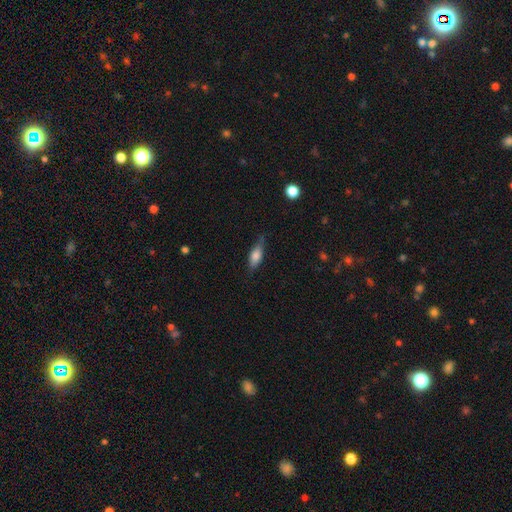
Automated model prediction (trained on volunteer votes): smooth_or_featured: smooth (p=0.70) [alt: featured or disk p=0.23]
how_rounded: in between (p=0.64) [alt: cigar-shaped p=0.33]
merging: none (p=0.66) [alt: minor disturbance p=0.27]